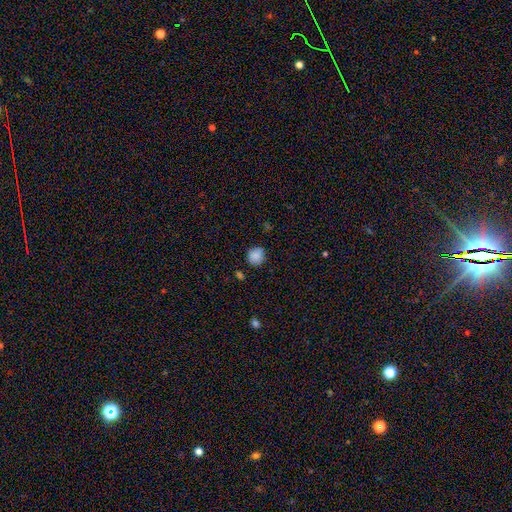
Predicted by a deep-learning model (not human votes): Morphology: type=smooth (86%); roundness=round (84%); merging=none (77%).